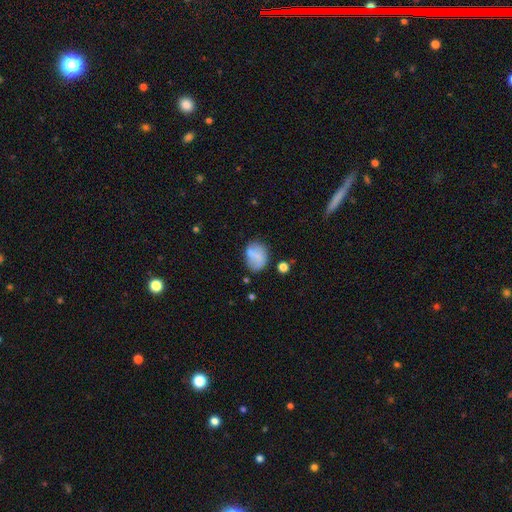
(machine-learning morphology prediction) smooth 73%, featured or disk 18%, star or artifact 8%. Down the decision tree: how rounded — in between (57%); merging — none (62%).